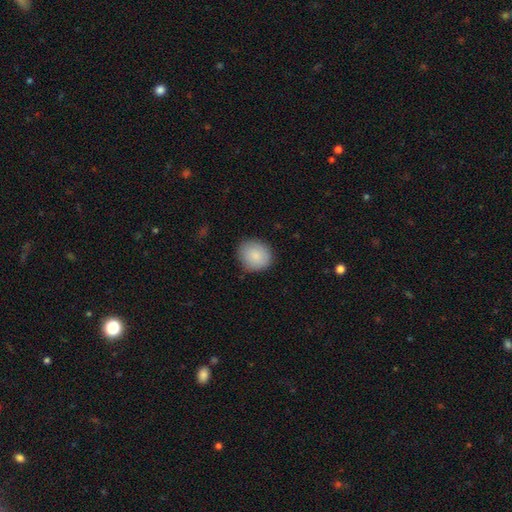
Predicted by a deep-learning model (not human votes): The model was most divided on "how rounded": round: 82%, in between: 17%, cigar-shaped: 1%. More confident: smooth or featured — smooth (87%); merging — none (84%).